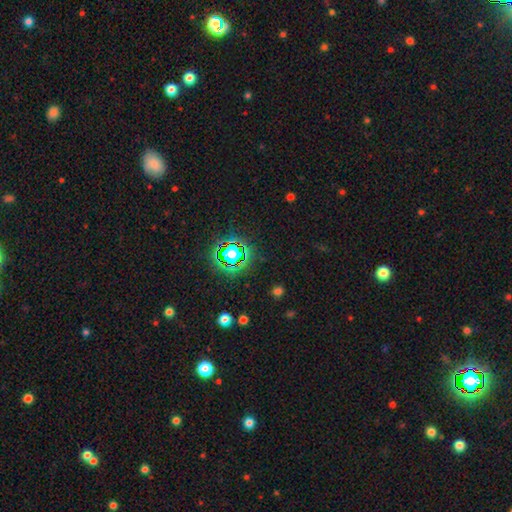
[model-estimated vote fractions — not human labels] Overall: star or artifact (74%).